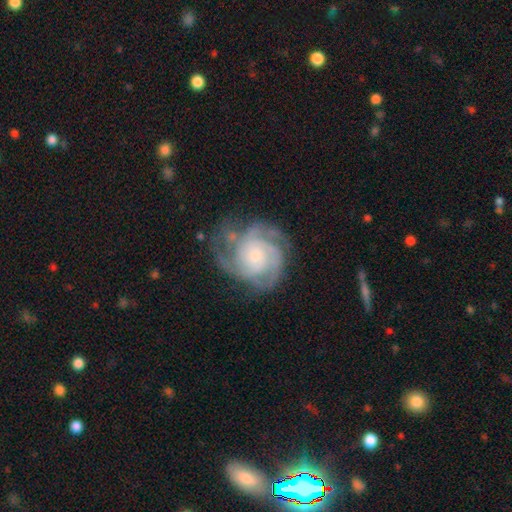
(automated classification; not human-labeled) This appears to be a featured or disk galaxy (86%) with no bar (71%), 3 (37%) tight (60%) spiral arms (97%) and a small central bulge (59%). Merging: none (67%).